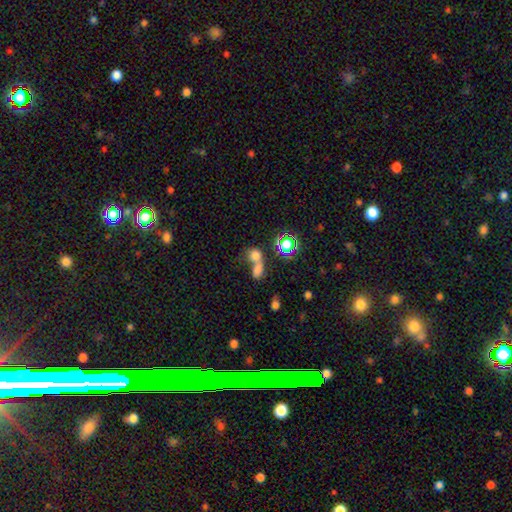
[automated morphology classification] smooth 71%, star or artifact 18%, featured or disk 11%. Down the decision tree: how rounded — round (57%); merging — merger (60%).